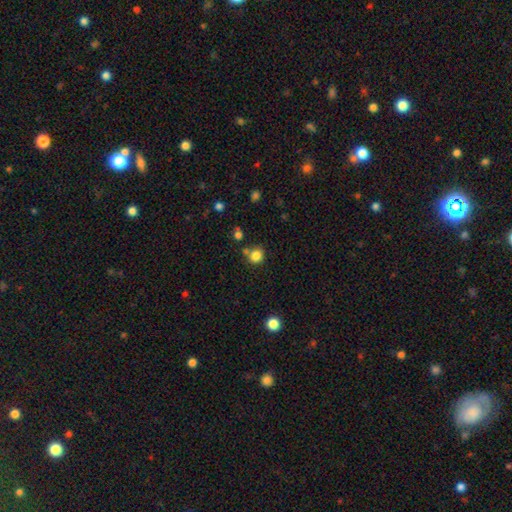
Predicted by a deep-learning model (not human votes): smooth 83%, star or artifact 12%, featured or disk 5%. Down the decision tree: how rounded — round (87%); merging — none (71%).